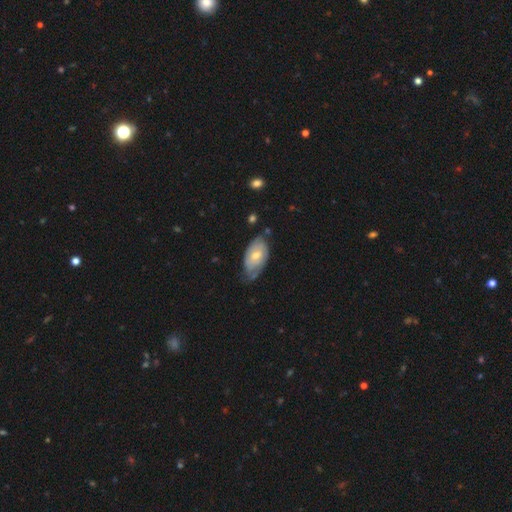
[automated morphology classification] A featured or disk galaxy (51%).

Vote fractions:
- Smooth or featured? featured or disk: 51% / smooth: 44% / star or artifact: 6%
- Edge-on disk? no: 92% / yes: 8%
- Merging? none: 50% / minor disturbance: 36% / major disturbance: 10% / merger: 4%